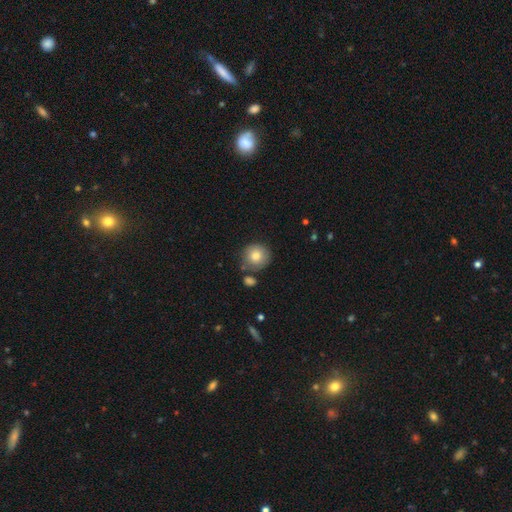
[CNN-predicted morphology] Smooth or featured? smooth (81%)
How rounded? round (92%)
Merging? none (71%)